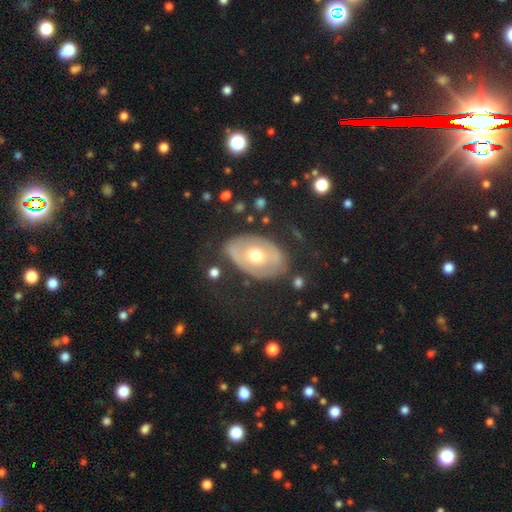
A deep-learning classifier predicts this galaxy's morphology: type=featured or disk (58%); edge-on=no (91%); bar=no (81%); spiral arms=no (74%); bulge=moderate (73%); merging=none (73%).